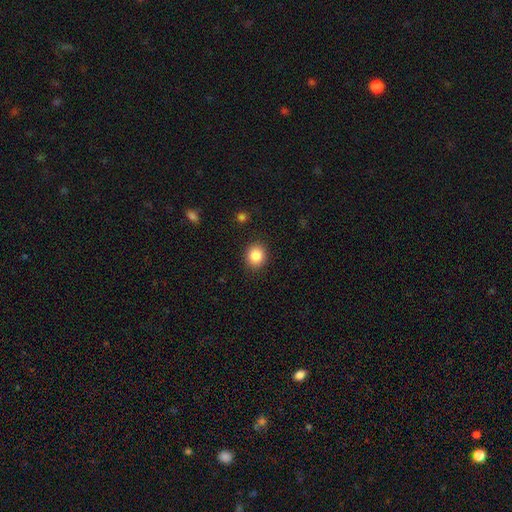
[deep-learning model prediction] This is clearly a smooth galaxy (85%). How rounded: likely round (77%). Merging: clearly none (90%).